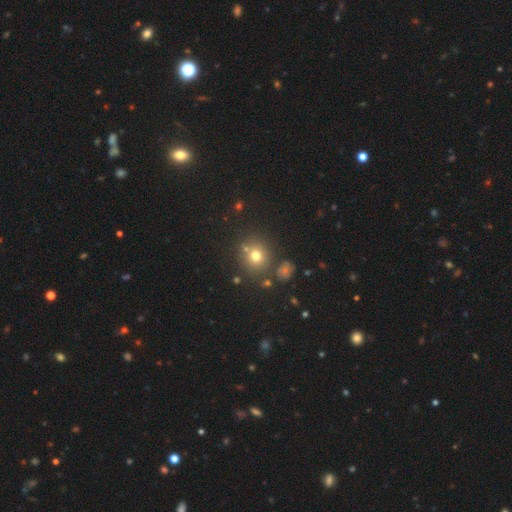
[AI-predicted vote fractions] This is likely a smooth galaxy (71%). How rounded: clearly round (88%). Merging: likely none (77%).